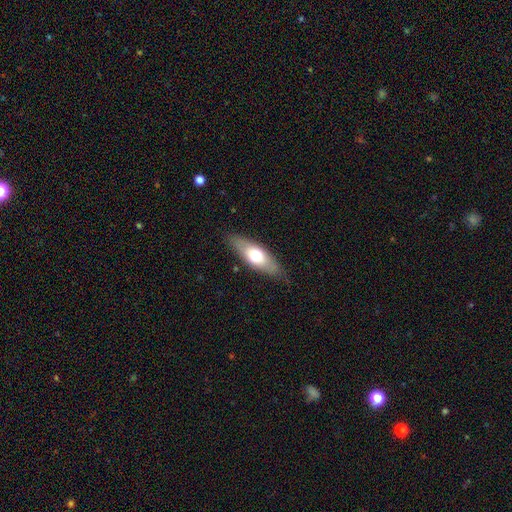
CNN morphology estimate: The model was most divided on "smooth or featured": smooth: 59%, featured or disk: 36%, star or artifact: 6%. More confident: merging — none (81%); how rounded — in between (65%).